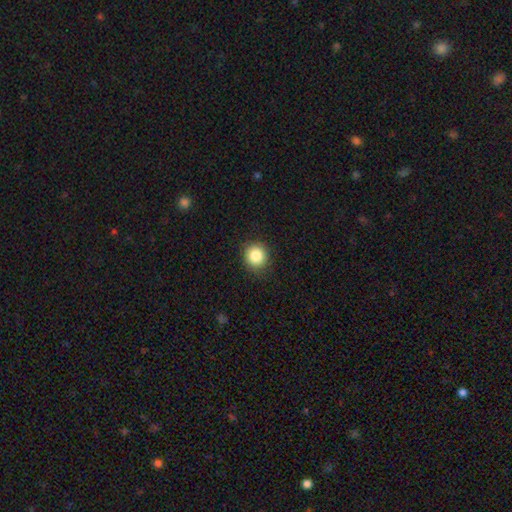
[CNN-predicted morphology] Q: Smooth or featured?
A: smooth (85%); runner-up: star or artifact (10%)
Q: How rounded?
A: round (90%); runner-up: in between (9%)
Q: Merging?
A: none (89%); runner-up: minor disturbance (8%)